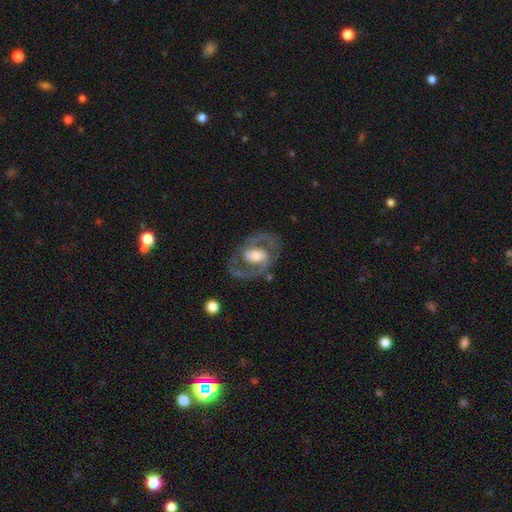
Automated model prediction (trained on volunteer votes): Smooth or featured: featured or disk — 84% (smooth — 11%)
Edge-on disk: no — 97% (yes — 3%)
Bar: weak — 41% (strong — 32%)
Spiral arms: yes — 87% (no — 13%)
Spiral winding: medium — 59% (tight — 24%)
Spiral arm count: 2 — 90% (can't tell — 4%)
Bulge size: moderate — 55% (large — 23%)
Merging: none — 78% (minor disturbance — 12%)